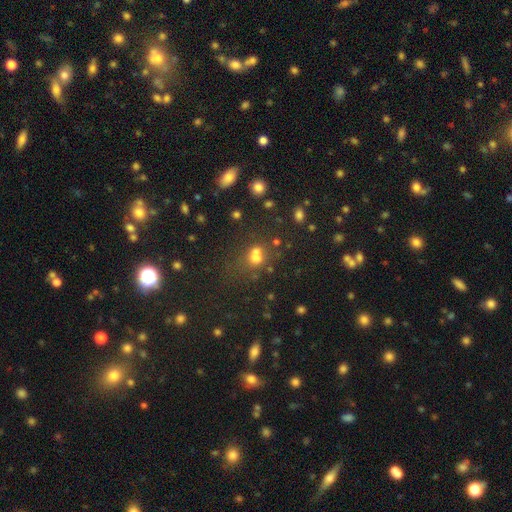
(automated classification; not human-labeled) smooth 59%, star or artifact 27%, featured or disk 14%. Down the decision tree: how rounded — round (70%); merging — merger (43%).